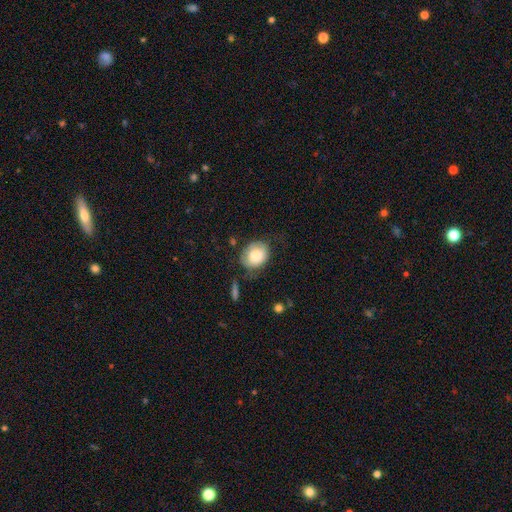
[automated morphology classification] A smooth galaxy with no disk features (79%) that is round (53%).

Vote fractions:
- Smooth or featured? smooth: 79% / featured or disk: 14% / star or artifact: 7%
- How rounded? round: 53% / in between: 46% / cigar-shaped: 1%
- Merging? none: 60% / minor disturbance: 26% / major disturbance: 10% / merger: 4%